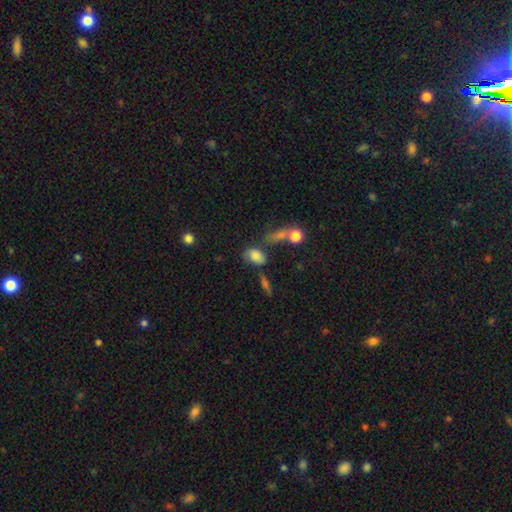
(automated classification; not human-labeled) smooth 70%, featured or disk 18%, star or artifact 12%. Down the decision tree: how rounded — in between (80%); merging — none (42%).